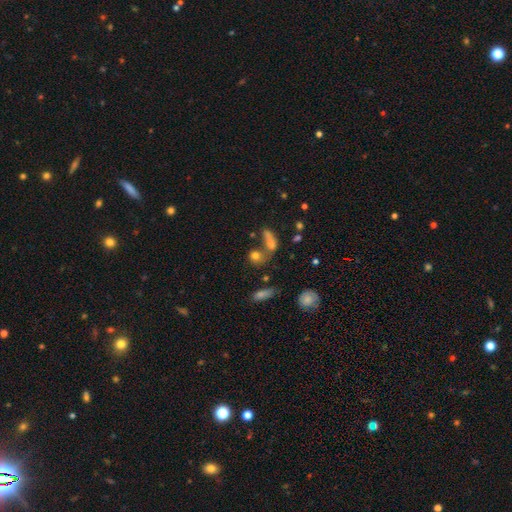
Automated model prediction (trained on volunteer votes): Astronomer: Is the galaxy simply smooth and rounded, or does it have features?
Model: smooth — 72%.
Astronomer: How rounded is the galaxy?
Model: round — 61%.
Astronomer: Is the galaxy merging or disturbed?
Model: merger — 41% (runner-up: none, 40%).